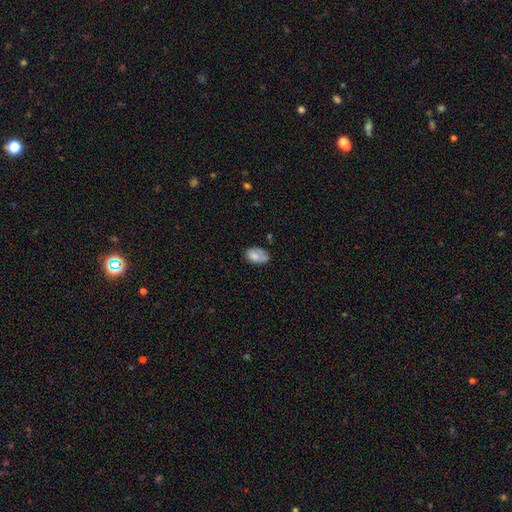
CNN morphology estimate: Smooth or featured?
  - smooth: 76% *
  - featured or disk: 16%
  - star or artifact: 8%
How rounded?
  - in between: 90% *
  - round: 9%
  - cigar-shaped: 1%
Merging?
  - none: 57% *
  - minor disturbance: 30%
  - major disturbance: 9%
  - merger: 5%